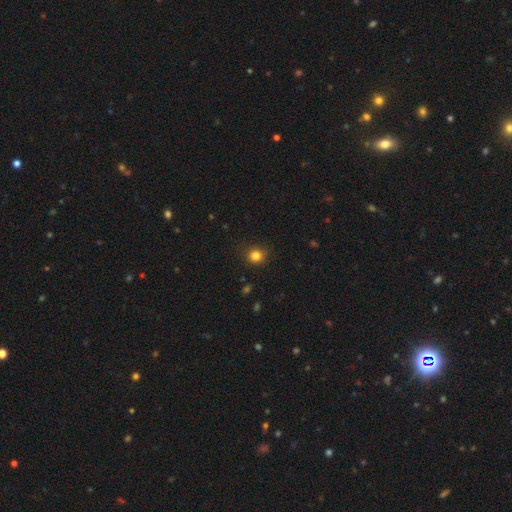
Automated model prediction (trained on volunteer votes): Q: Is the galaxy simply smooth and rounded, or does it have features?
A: smooth — 83%.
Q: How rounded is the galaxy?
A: round — 86%.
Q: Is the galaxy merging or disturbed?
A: none — 88%.